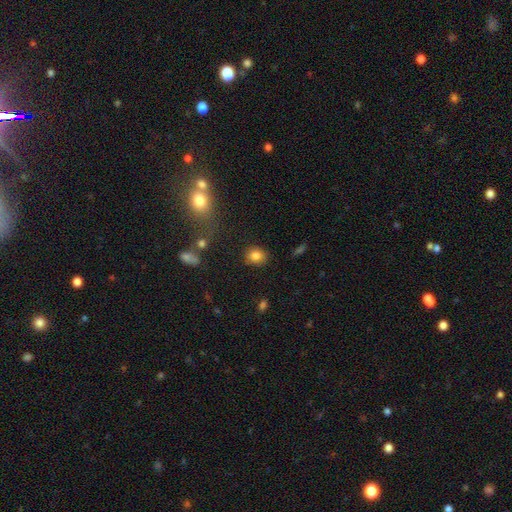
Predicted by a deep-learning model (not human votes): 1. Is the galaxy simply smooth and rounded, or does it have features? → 83% smooth, 11% star or artifact, 7% featured or disk.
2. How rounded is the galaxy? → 71% round, 27% in between, 1% cigar-shaped.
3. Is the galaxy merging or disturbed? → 85% none, 10% minor disturbance, 3% major disturbance, 2% merger.